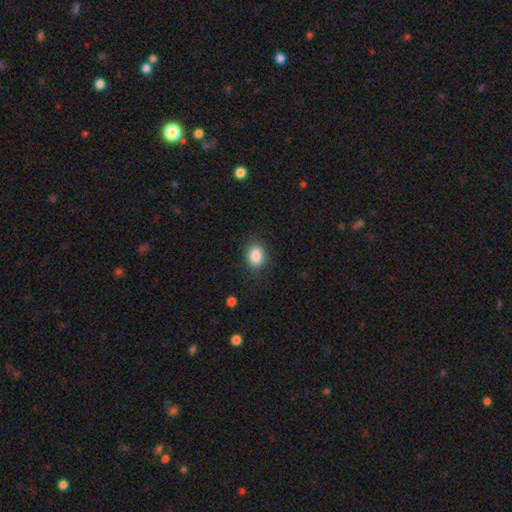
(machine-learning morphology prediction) Q: Smooth or featured?
A: smooth (86%); runner-up: star or artifact (9%)
Q: How rounded?
A: in between (68%); runner-up: round (31%)
Q: Merging?
A: none (84%); runner-up: minor disturbance (11%)